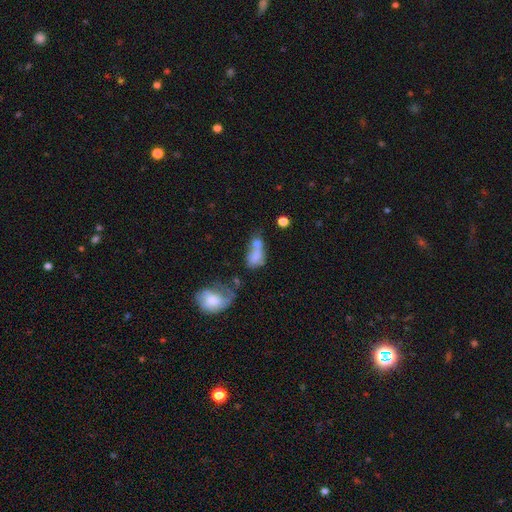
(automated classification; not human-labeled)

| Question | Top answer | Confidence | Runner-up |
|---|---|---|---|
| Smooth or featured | smooth | 69% | featured or disk (20%) |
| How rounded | in between | 76% | round (18%) |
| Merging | merger | 52% | none (20%) |